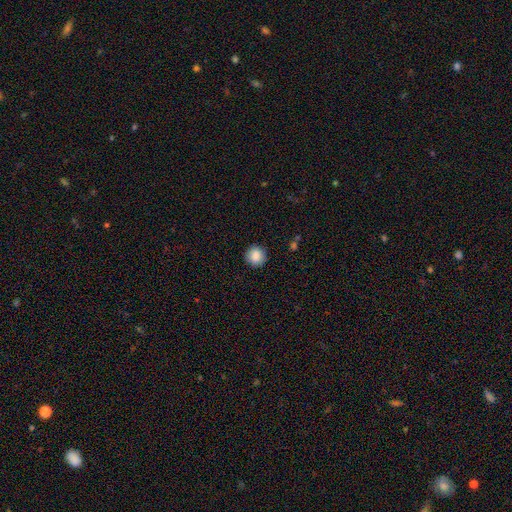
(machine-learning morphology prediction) smooth_or_featured: smooth (p=0.88) [alt: star or artifact p=0.08]
how_rounded: round (p=0.94) [alt: in between p=0.05]
merging: none (p=0.91) [alt: minor disturbance p=0.06]